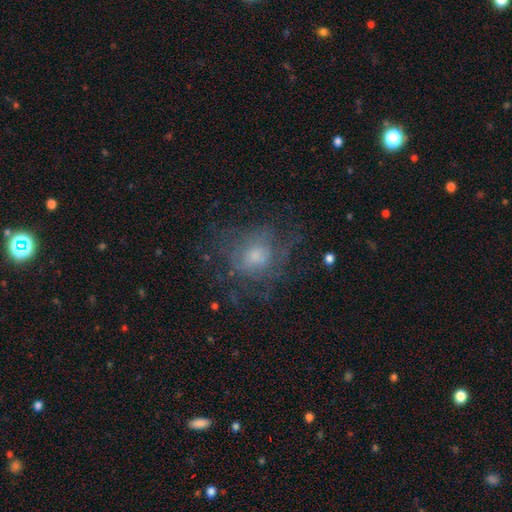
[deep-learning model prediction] Smooth or featured?
  - featured or disk: 44% *
  - smooth: 42%
  - star or artifact: 14%
Merging?
  - none: 54% *
  - major disturbance: 25%
  - minor disturbance: 19%
  - merger: 2%